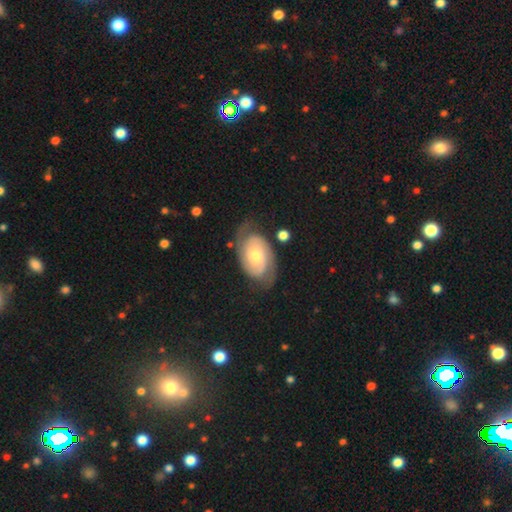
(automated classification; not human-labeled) A featured or disk galaxy (81%) with no bar (72%), 2 (85%) tight (57%) spiral arms (94%) and a moderate central bulge (64%).

Vote fractions:
- Smooth or featured? featured or disk: 81% / smooth: 13% / star or artifact: 6%
- Edge-on disk? no: 96% / yes: 4%
- Bar? no: 72% / weak: 22% / strong: 6%
- Spiral arms? yes: 94% / no: 6%
- Spiral winding? tight: 57% / medium: 32% / loose: 11%
- Spiral arm count? 2: 85% / can't tell: 8% / 3: 2% / 1: 2% / 4: 1% / more than 4: 1%
- Bulge size? moderate: 64% / small: 29% / large: 4% / none: 1% / dominant: 1%
- Merging? none: 75% / minor disturbance: 17% / major disturbance: 7% / merger: 2%